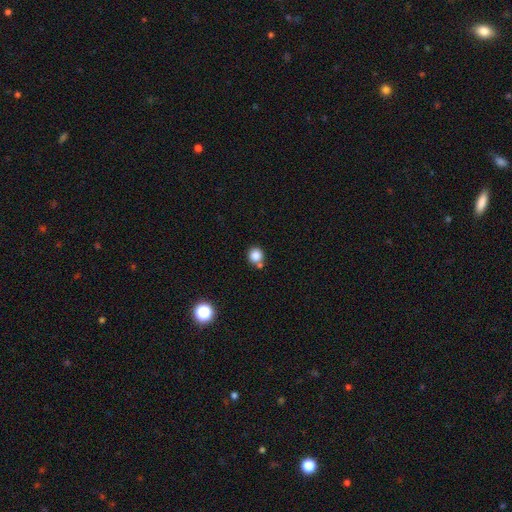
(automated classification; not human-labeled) smooth 83%, star or artifact 12%, featured or disk 5%. Down the decision tree: how rounded — round (92%); merging — none (66%).